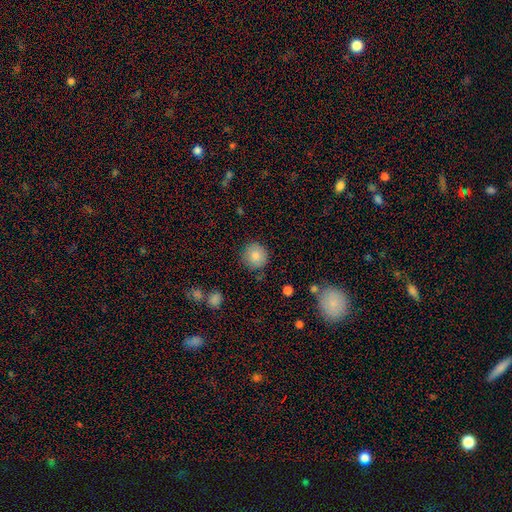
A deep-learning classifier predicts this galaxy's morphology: A smooth galaxy with no disk features (85%) that is round (92%). Merging: none (85%).